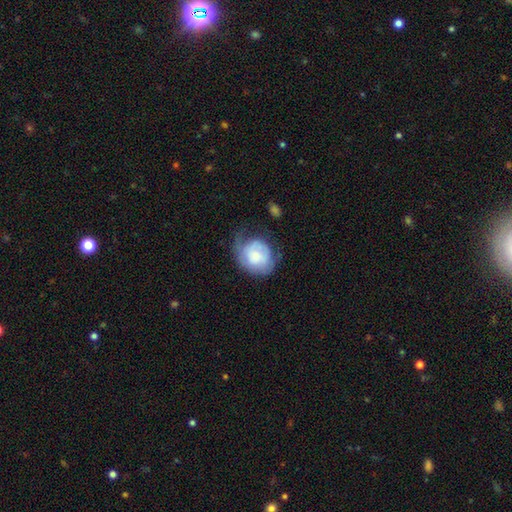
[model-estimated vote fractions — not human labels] This is possibly a smooth galaxy (50%). Merging: marginally none (37%).